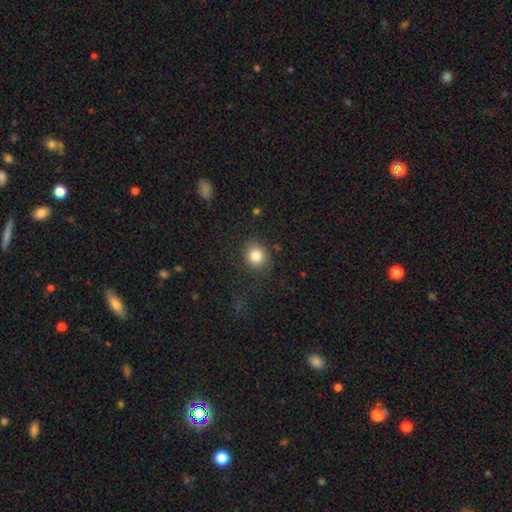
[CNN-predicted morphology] The model was most divided on "merging": none: 78%, minor disturbance: 13%, major disturbance: 7%, merger: 2%. More confident: smooth or featured — smooth (84%); how rounded — round (82%).